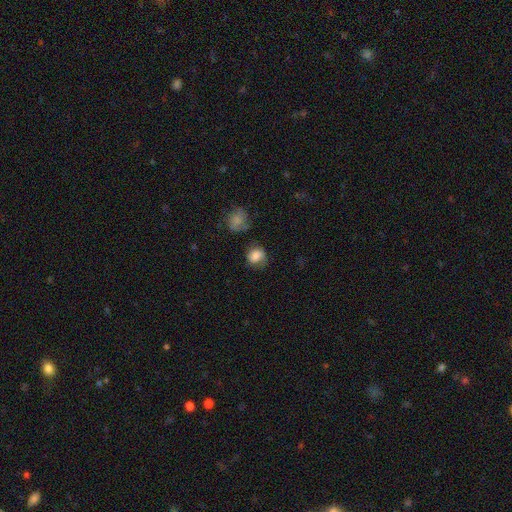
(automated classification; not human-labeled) Smooth or featured? Predicted: smooth (p=0.66). How rounded? Predicted: round (p=0.71). Merging? Predicted: none (p=0.59).